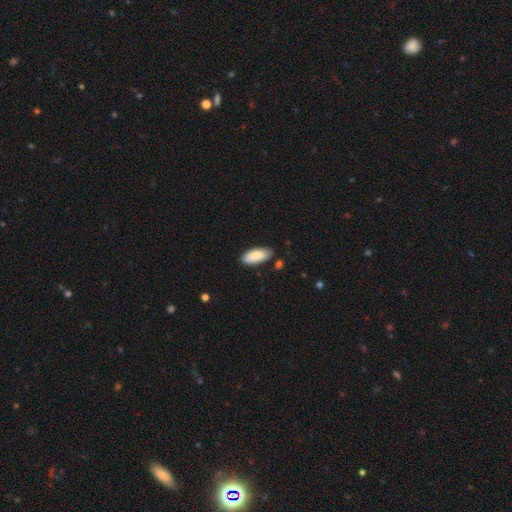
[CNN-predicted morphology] Smooth or featured? Predicted: smooth (p=0.88). How rounded? Predicted: in between (p=0.85). Merging? Predicted: none (p=0.81).